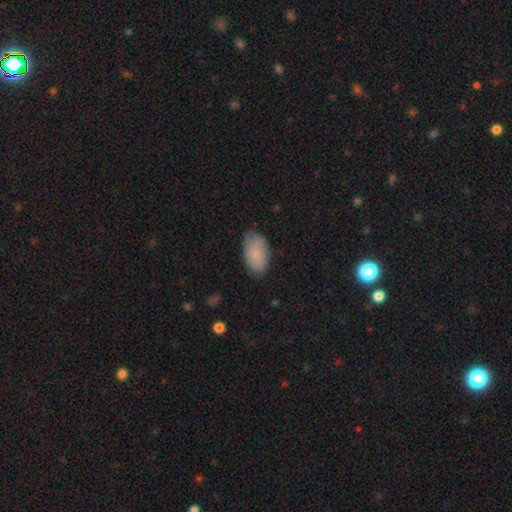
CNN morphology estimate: This appears to be a smooth galaxy with no disk features (85%) that is in between round and cigar-shaped (95%). Merging: none (79%).